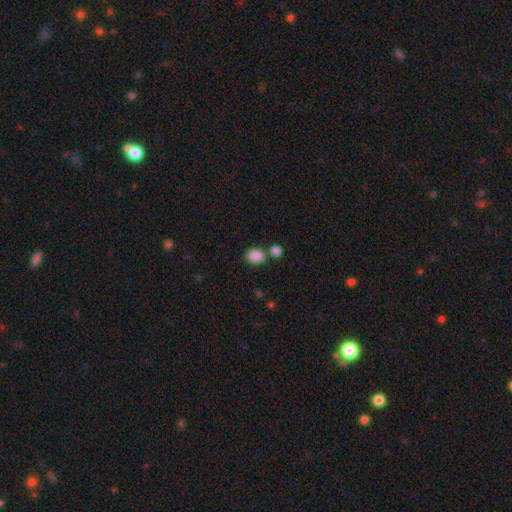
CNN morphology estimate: The model was most divided on "how rounded": in between: 52%, round: 46%, cigar-shaped: 1%. More confident: smooth or featured — smooth (87%); merging — none (62%).